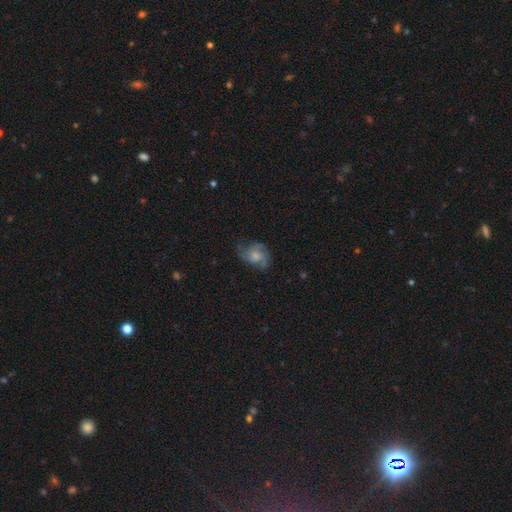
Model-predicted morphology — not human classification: A featured or disk galaxy (59%) with no bar (76%), 3 (42%) medium (48%) spiral arms (87%) and a moderate central bulge (43%).

Vote fractions:
- Smooth or featured? featured or disk: 59% / smooth: 31% / star or artifact: 9%
- Edge-on disk? no: 97% / yes: 3%
- Bar? no: 76% / weak: 21% / strong: 3%
- Spiral arms? yes: 87% / no: 13%
- Spiral winding? medium: 48% / loose: 28% / tight: 24%
- Spiral arm count? 3: 42% / can't tell: 19% / 4: 15% / 2: 14% / 1: 5% / more than 4: 5%
- Bulge size? moderate: 43% / small: 26% / none: 15% / large: 13% / dominant: 2%
- Merging? none: 60% / minor disturbance: 23% / major disturbance: 16% / merger: 1%